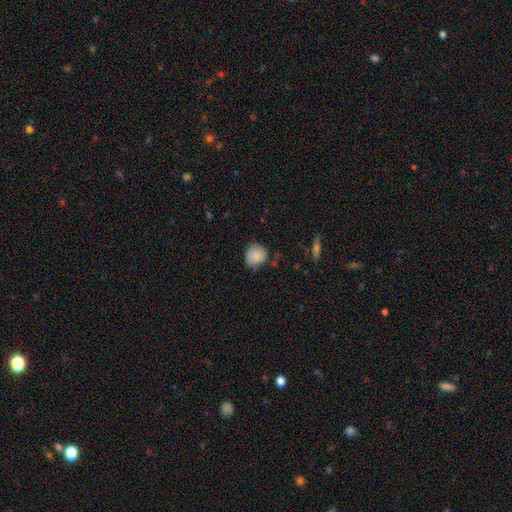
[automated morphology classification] A smooth galaxy with no disk features (81%) that is round (82%).

Vote fractions:
- Smooth or featured? smooth: 81% / featured or disk: 12% / star or artifact: 8%
- How rounded? round: 82% / in between: 17% / cigar-shaped: 1%
- Merging? none: 69% / minor disturbance: 25% / major disturbance: 4% / merger: 2%